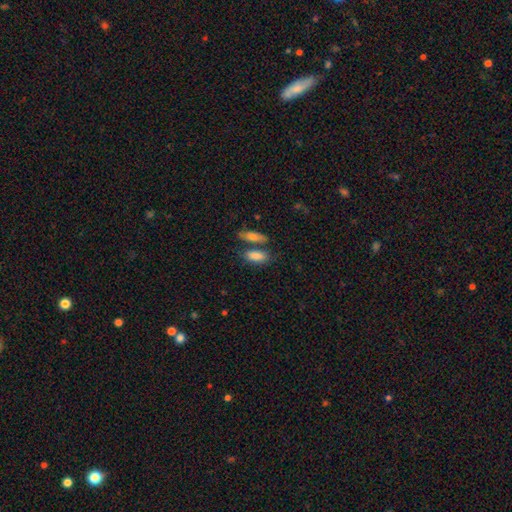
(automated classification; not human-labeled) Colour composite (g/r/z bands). It shows a smooth galaxy with no disk features (81%) that is in between round and cigar-shaped (77%). Merging: none (52%).